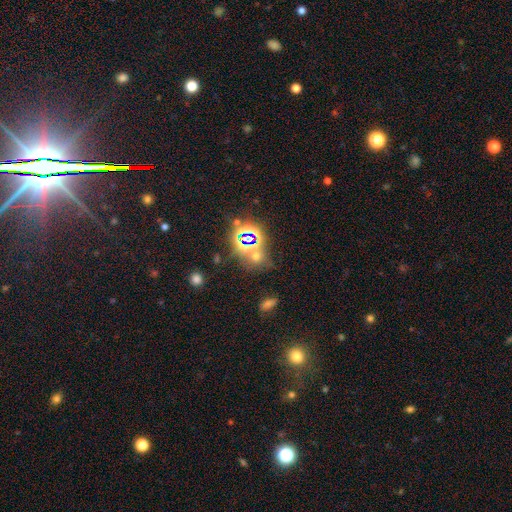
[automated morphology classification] Smooth or featured: star or artifact — 59% (smooth — 32%)